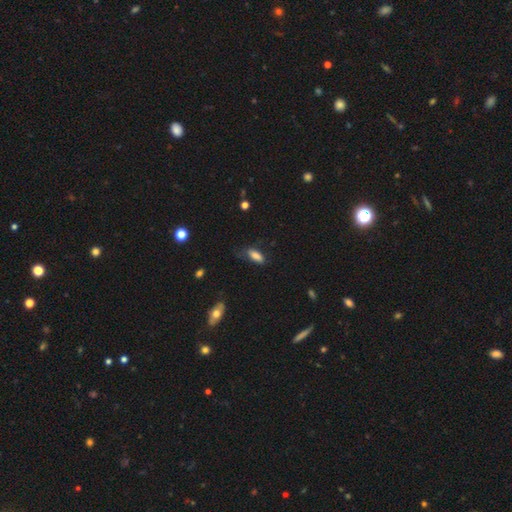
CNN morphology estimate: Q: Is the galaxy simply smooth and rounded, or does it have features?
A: smooth — 82%.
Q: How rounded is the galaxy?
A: in between — 75%.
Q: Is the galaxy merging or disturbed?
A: none — 57%.